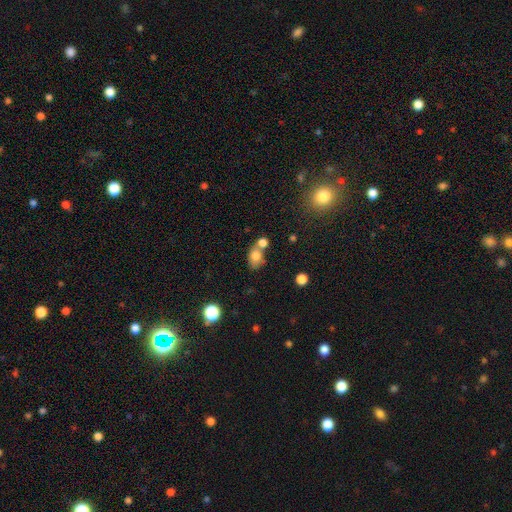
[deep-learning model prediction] Smooth or featured?
  - smooth: 78% *
  - featured or disk: 11%
  - star or artifact: 11%
How rounded?
  - in between: 67% *
  - round: 31%
  - cigar-shaped: 2%
Merging?
  - none: 42% *
  - merger: 39%
  - minor disturbance: 13%
  - major disturbance: 6%